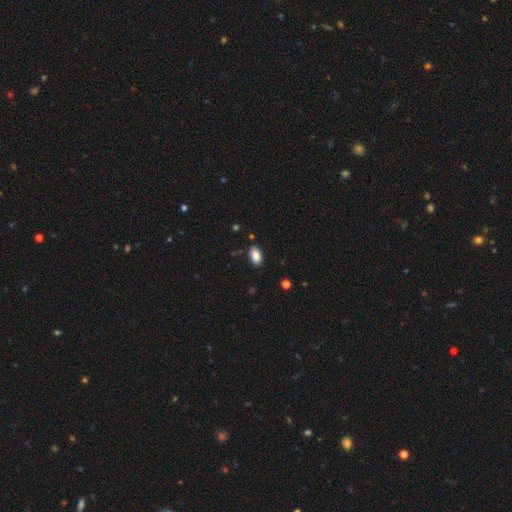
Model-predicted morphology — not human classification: Q: Smooth or featured?
A: smooth (87%); runner-up: star or artifact (8%)
Q: How rounded?
A: in between (93%); runner-up: round (5%)
Q: Merging?
A: none (84%); runner-up: minor disturbance (12%)